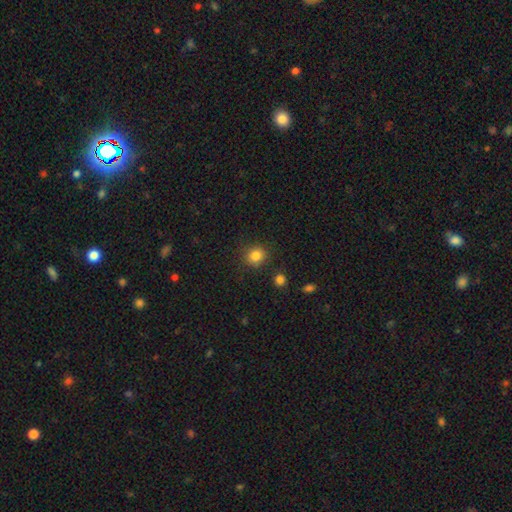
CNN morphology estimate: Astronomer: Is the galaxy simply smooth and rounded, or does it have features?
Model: smooth — 84%.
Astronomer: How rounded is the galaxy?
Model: round — 84%.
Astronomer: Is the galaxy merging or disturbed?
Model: none — 84%.